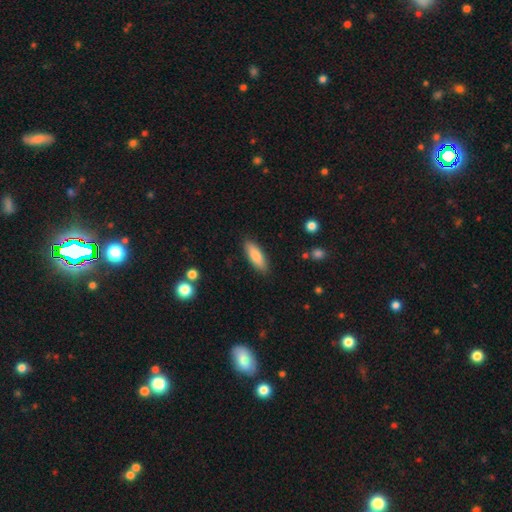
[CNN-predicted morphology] Smooth or featured: smooth — 84% (featured or disk — 11%)
How rounded: in between — 59% (cigar-shaped — 40%)
Merging: none — 87% (minor disturbance — 9%)